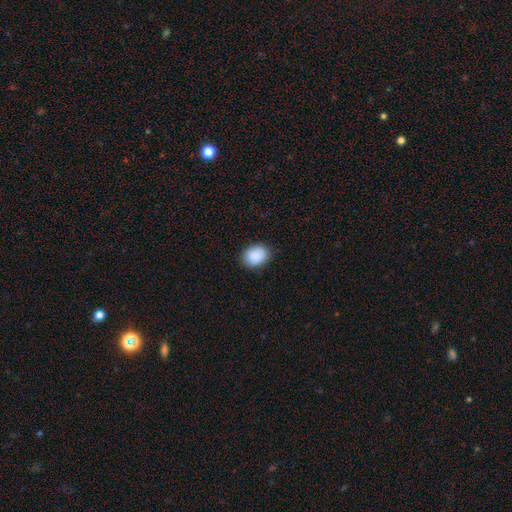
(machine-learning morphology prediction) The model was most divided on "how rounded": in between: 61%, round: 38%, cigar-shaped: 1%. More confident: smooth or featured — smooth (90%); merging — none (87%).